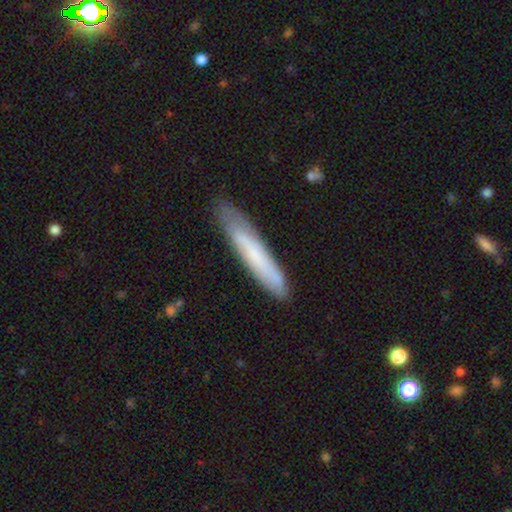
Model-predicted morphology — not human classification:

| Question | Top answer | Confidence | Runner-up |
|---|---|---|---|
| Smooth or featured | smooth | 62% | featured or disk (32%) |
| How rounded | cigar-shaped | 91% | in between (7%) |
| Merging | none | 78% | minor disturbance (17%) |